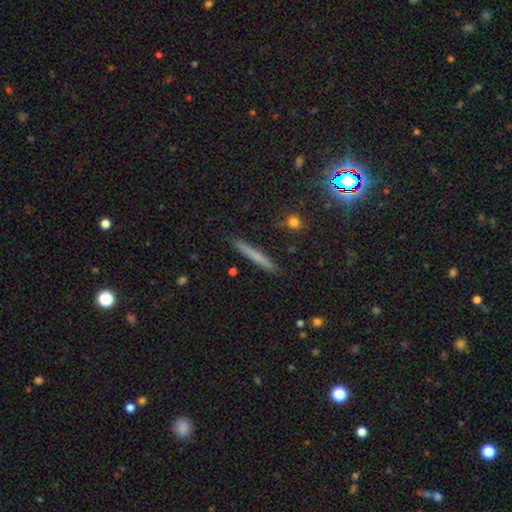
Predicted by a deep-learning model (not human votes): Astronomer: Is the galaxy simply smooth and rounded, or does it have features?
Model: smooth — 61%.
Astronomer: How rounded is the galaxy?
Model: cigar-shaped — 96%.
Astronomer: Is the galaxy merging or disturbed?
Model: none — 90%.